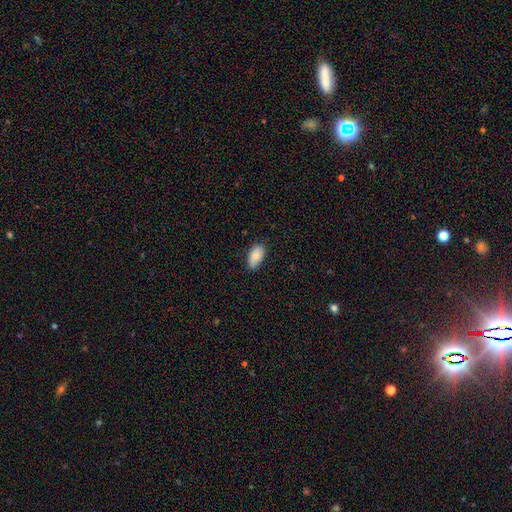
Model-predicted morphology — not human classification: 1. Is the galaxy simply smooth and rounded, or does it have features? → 80% smooth, 13% featured or disk, 7% star or artifact.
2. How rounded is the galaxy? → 93% in between, 4% round, 3% cigar-shaped.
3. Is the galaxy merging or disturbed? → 75% none, 21% minor disturbance, 3% major disturbance, 1% merger.